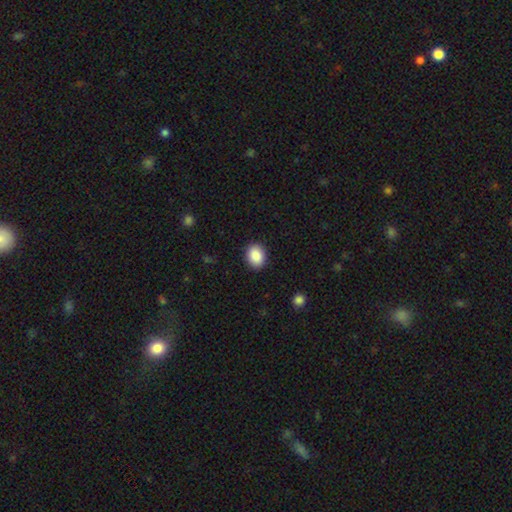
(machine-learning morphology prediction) Smooth or featured?
  - smooth: 88% *
  - star or artifact: 8%
  - featured or disk: 4%
How rounded?
  - in between: 63% *
  - round: 37%
  - cigar-shaped: 1%
Merging?
  - none: 90% *
  - minor disturbance: 7%
  - major disturbance: 2%
  - merger: 1%